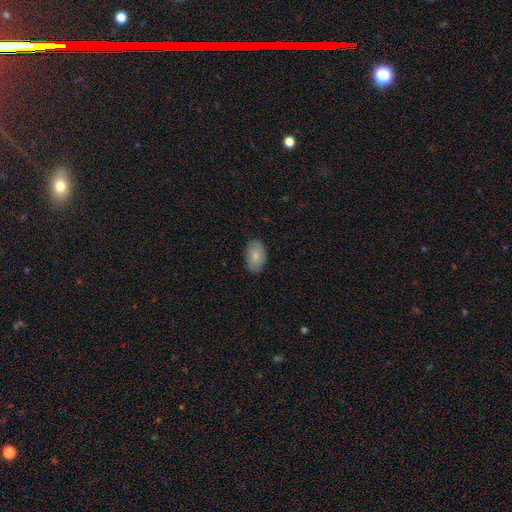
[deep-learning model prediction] Q: Smooth or featured?
A: smooth (82%); runner-up: featured or disk (11%)
Q: How rounded?
A: in between (91%); runner-up: round (8%)
Q: Merging?
A: none (87%); runner-up: minor disturbance (10%)